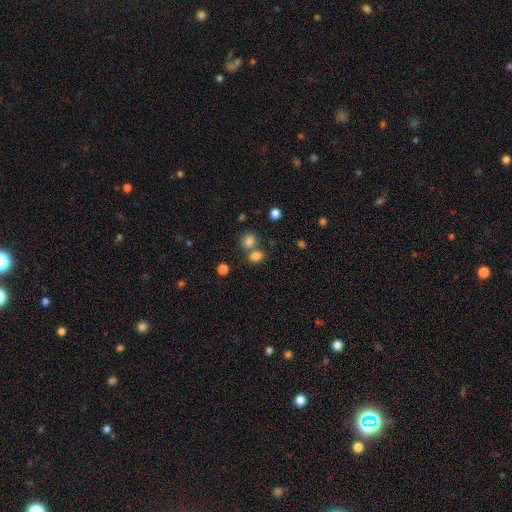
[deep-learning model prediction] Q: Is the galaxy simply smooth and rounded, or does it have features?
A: smooth — 80%.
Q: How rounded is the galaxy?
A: in between — 66%.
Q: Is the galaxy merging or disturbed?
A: none — 51%.